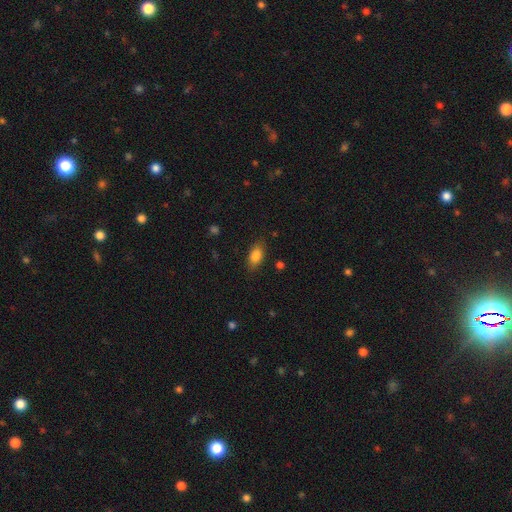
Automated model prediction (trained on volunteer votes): A smooth galaxy with no disk features (84%) that is in between round and cigar-shaped (87%). Merging: none (84%).